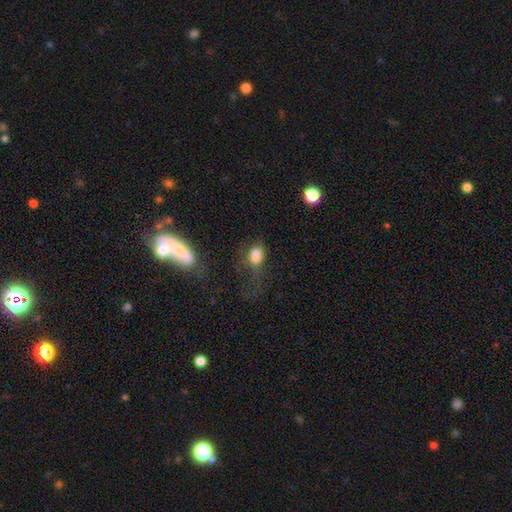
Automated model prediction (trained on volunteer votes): smooth 75%, star or artifact 13%, featured or disk 12%. Down the decision tree: how rounded — in between (72%); merging — major disturbance (33%).